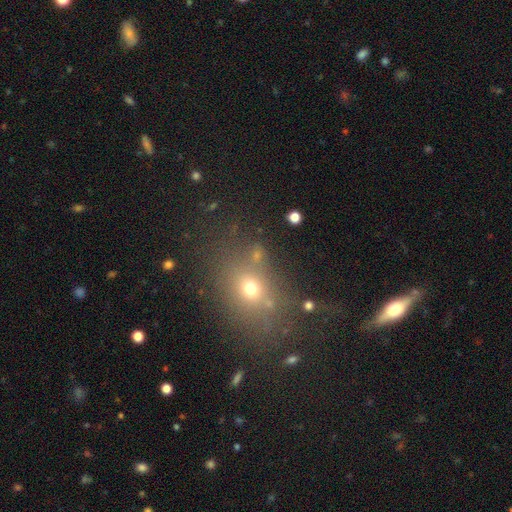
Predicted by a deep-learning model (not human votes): Q: Smooth or featured?
A: smooth (61%); runner-up: star or artifact (25%)
Q: How rounded?
A: round (49%); runner-up: in between (48%)
Q: Merging?
A: none (70%); runner-up: minor disturbance (14%)